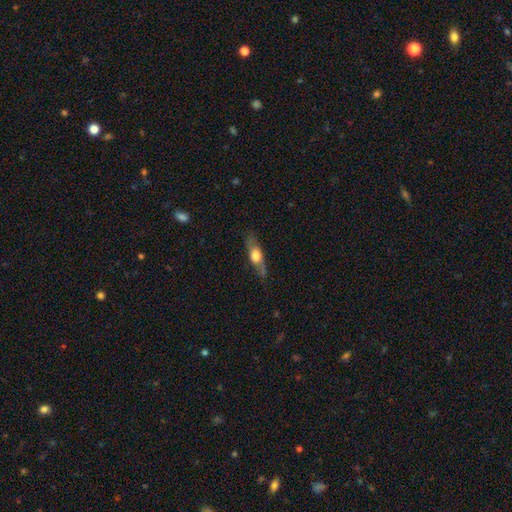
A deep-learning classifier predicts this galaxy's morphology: Smooth or featured? smooth (47%, tied with featured or disk)
Merging? none (74%)